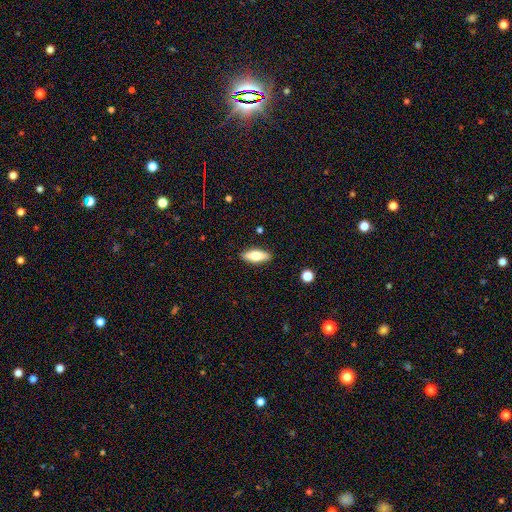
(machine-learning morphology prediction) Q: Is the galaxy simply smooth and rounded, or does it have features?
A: smooth — 69%.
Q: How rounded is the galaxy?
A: in between — 68%.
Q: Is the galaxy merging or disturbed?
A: none — 88%.